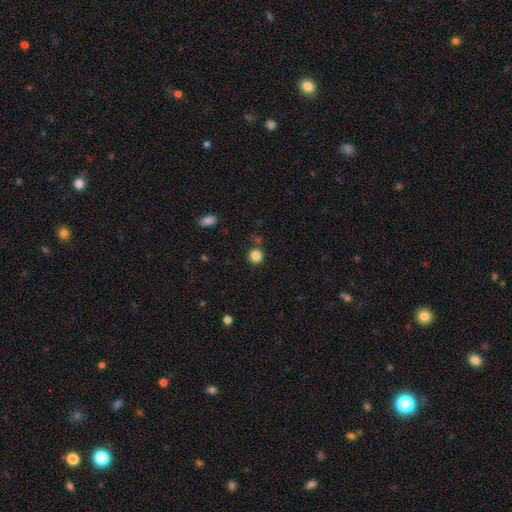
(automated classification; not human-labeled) A smooth galaxy with no disk features (84%) that is round (93%). Merging: none (82%).